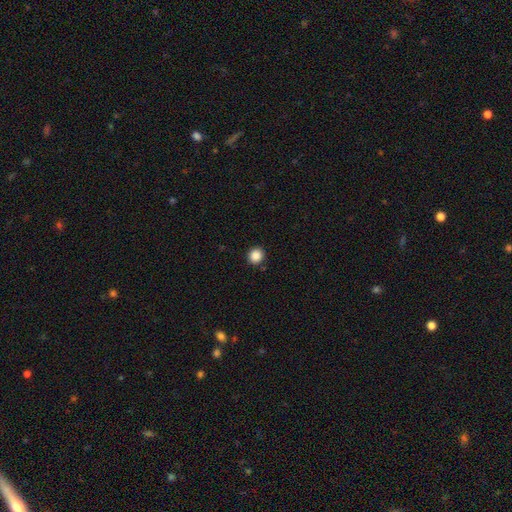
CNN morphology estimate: A smooth galaxy with no disk features (88%) that is round (87%). Merging: none (91%).